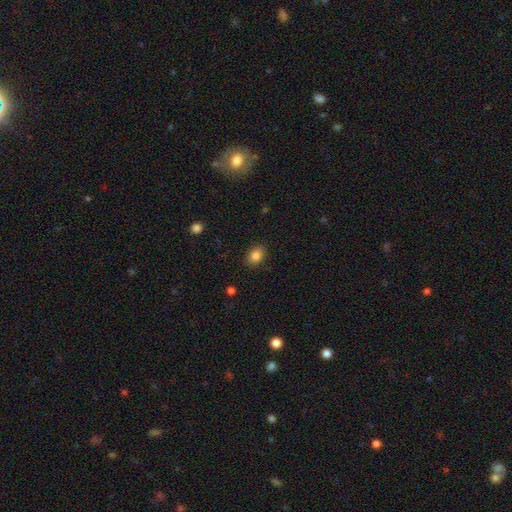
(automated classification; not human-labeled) smooth-or-featured: smooth: 85% | star or artifact: 9% | featured or disk: 5%
  how-rounded: in between: 63% | round: 36% | cigar-shaped: 1%
  merging: none: 86% | minor disturbance: 10% | major disturbance: 3% | merger: 1%